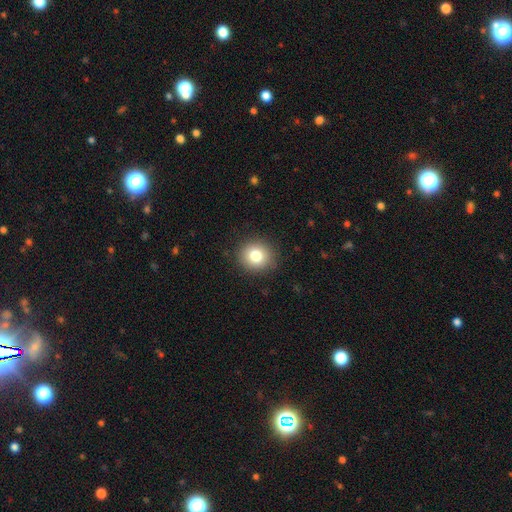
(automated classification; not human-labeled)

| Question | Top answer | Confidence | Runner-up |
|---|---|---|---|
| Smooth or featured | smooth | 79% | star or artifact (11%) |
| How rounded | round | 87% | in between (12%) |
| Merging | none | 90% | minor disturbance (7%) |